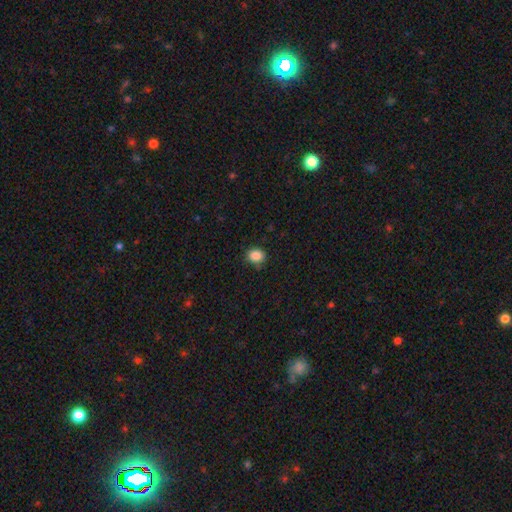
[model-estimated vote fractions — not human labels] This is clearly a smooth galaxy (87%). How rounded: likely round (68%). Merging: clearly none (81%).